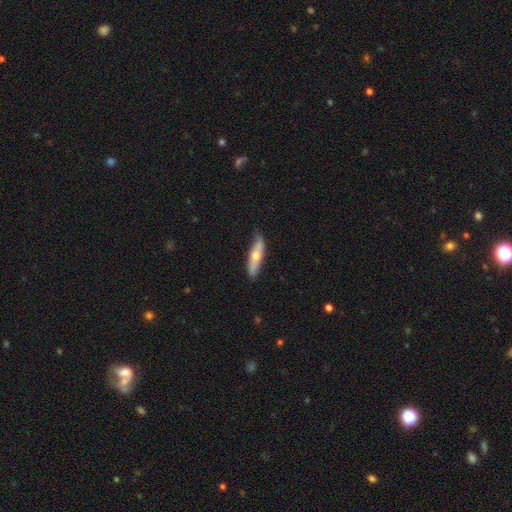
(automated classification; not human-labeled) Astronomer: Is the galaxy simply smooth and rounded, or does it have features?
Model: smooth — 51% (runner-up: featured or disk, 44%).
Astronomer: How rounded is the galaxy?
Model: cigar-shaped — 68%.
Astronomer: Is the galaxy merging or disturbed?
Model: none — 83%.